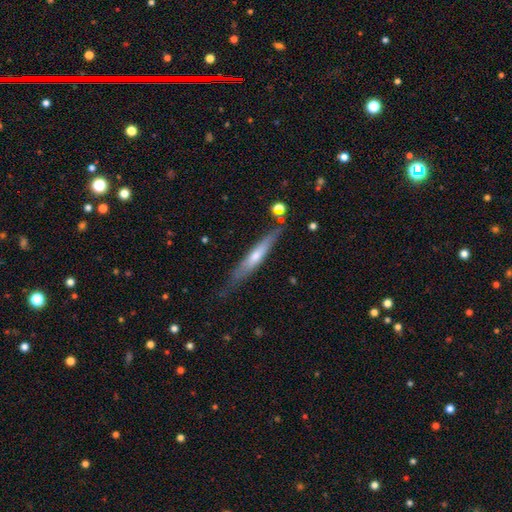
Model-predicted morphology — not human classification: Smooth or featured: featured or disk — 53% (smooth — 41%)
Edge-on disk: yes — 89% (no — 11%)
Merging: none — 73% (minor disturbance — 19%)